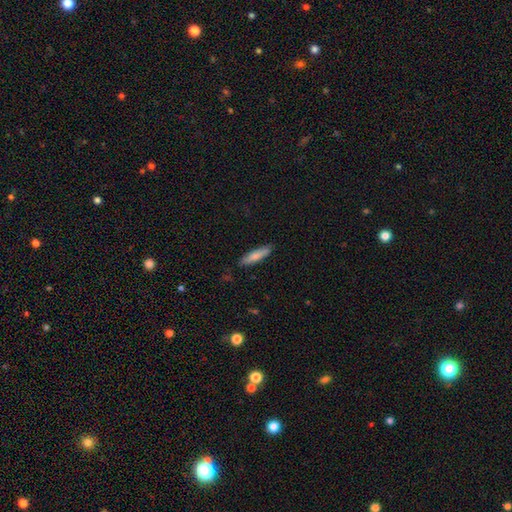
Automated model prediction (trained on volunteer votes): This appears to be a smooth galaxy with no disk features (79%) that is cigar-shaped (78%). Merging: none (85%).